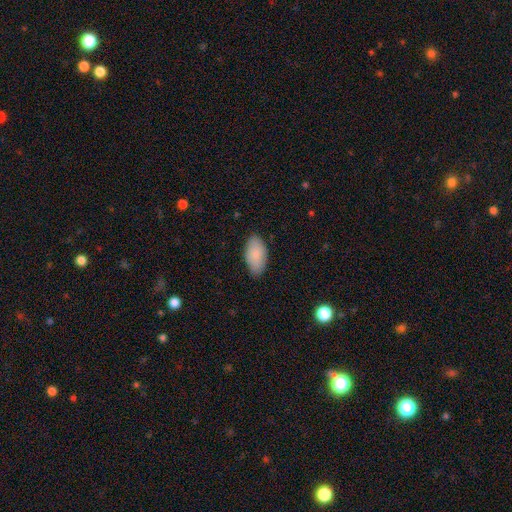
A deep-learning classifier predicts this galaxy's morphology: A smooth galaxy with no disk features (87%) that is in between round and cigar-shaped (95%). Merging: none (83%).